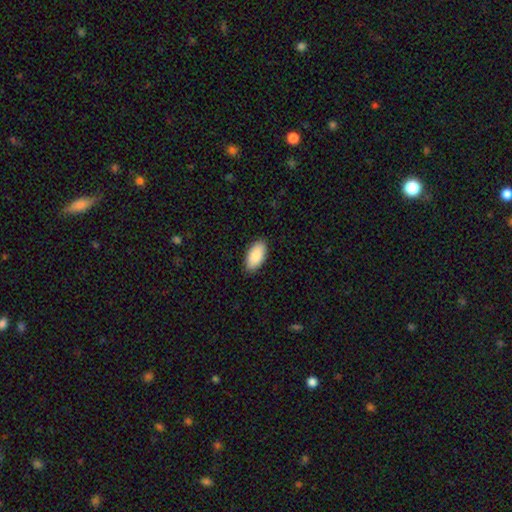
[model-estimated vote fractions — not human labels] Smooth or featured?
  - smooth: 90% *
  - star or artifact: 6%
  - featured or disk: 4%
How rounded?
  - in between: 95% *
  - cigar-shaped: 4%
  - round: 2%
Merging?
  - none: 89% *
  - minor disturbance: 9%
  - major disturbance: 2%
  - merger: 1%